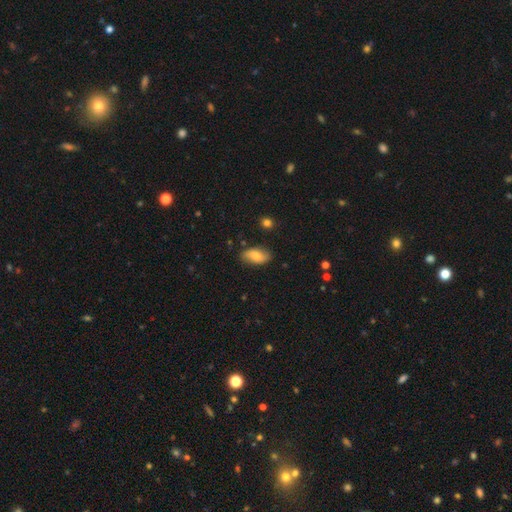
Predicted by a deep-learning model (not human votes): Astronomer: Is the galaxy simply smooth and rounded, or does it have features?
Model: smooth — 69%.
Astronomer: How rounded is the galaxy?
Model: in between — 91%.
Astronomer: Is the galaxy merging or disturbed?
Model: none — 80%.